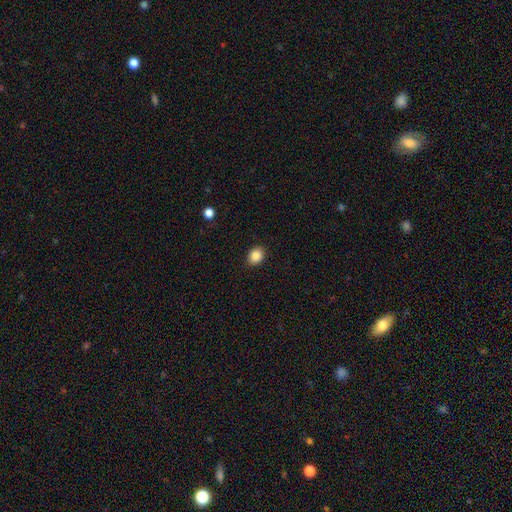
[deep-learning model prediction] This is clearly a smooth galaxy (87%). How rounded: possibly in between (53%). Merging: clearly none (89%).